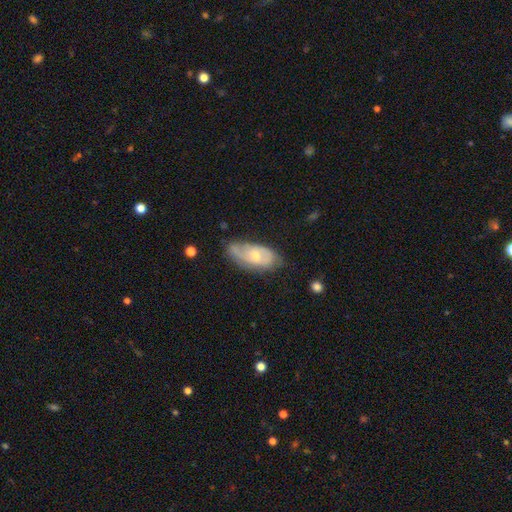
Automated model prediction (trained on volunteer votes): A featured or disk galaxy (54%). Merging: none (54%).